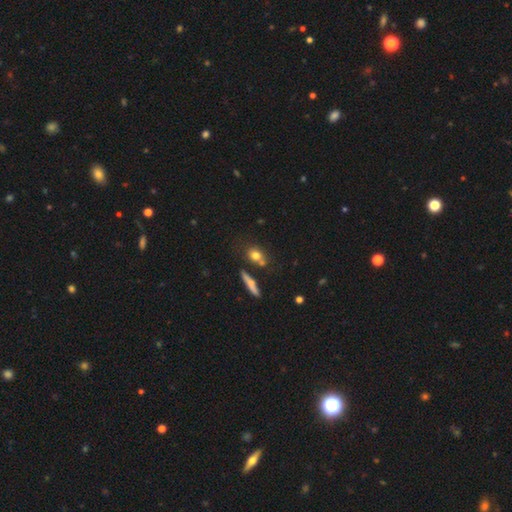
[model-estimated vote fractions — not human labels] A smooth galaxy with no disk features (74%) that is round (55%). Merging: none (60%).